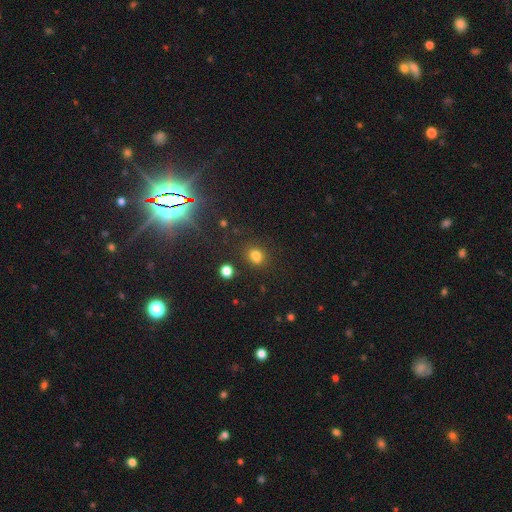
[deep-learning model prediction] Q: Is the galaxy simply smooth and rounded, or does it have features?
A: smooth — 77%.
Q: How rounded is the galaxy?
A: round — 63%.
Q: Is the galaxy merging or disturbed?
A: none — 78%.